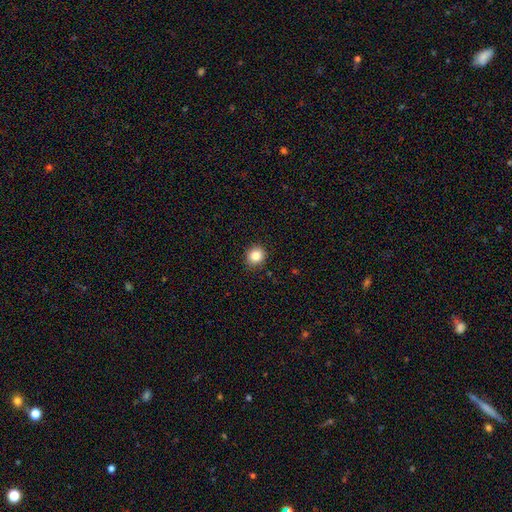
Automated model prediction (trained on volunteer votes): Overall: smooth (85%). How rounded: round (82%). Merging: none (89%).